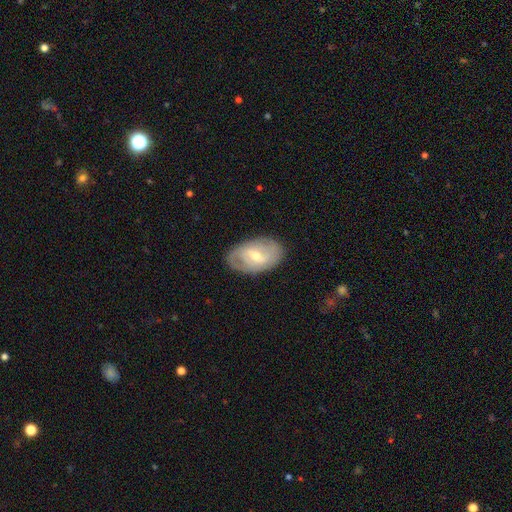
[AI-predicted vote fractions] This appears to be a featured or disk galaxy (66%) with a weak bar (53%), spiral arms (72%) and a moderate central bulge (57%). Merging: none (79%).